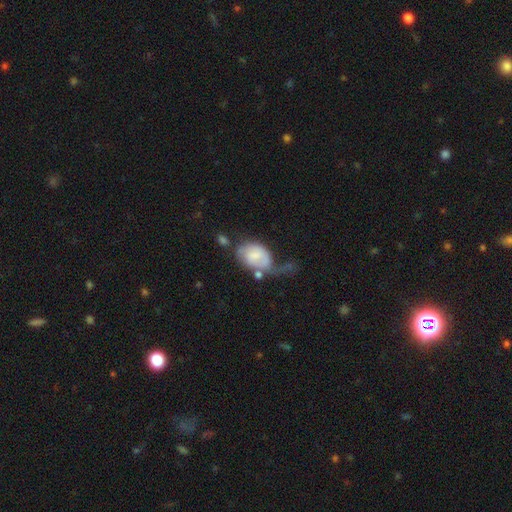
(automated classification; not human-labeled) Smooth or featured: smooth — 51% (featured or disk — 42%)
How rounded: in between — 75% (round — 23%)
Merging: major disturbance — 44% (minor disturbance — 22%)